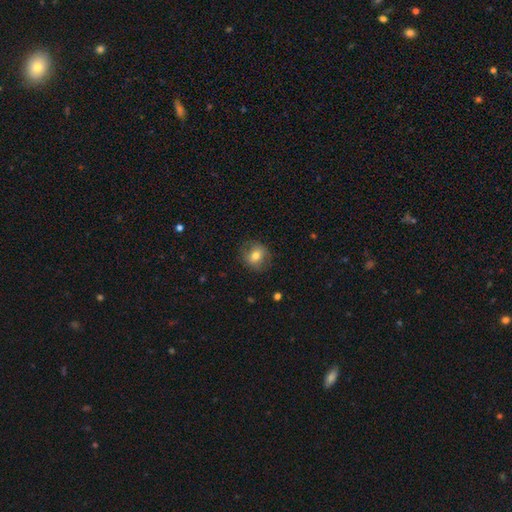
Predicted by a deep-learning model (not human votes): smooth_or_featured: smooth (p=0.66) [alt: featured or disk p=0.25]
how_rounded: round (p=0.74) [alt: in between p=0.25]
merging: none (p=0.78) [alt: minor disturbance p=0.15]